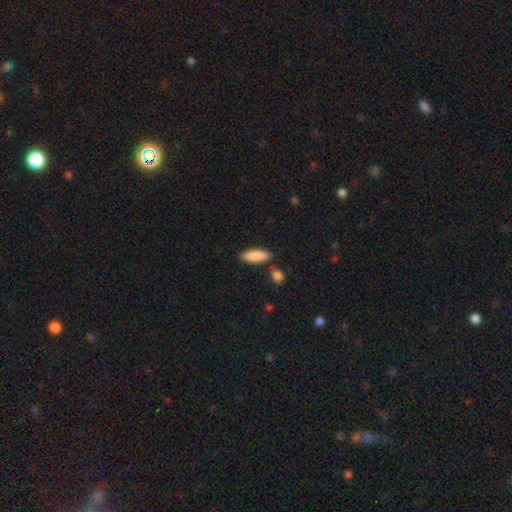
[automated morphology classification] smooth 88%, featured or disk 6%, star or artifact 6%. Down the decision tree: how rounded — in between (64%); merging — none (80%).